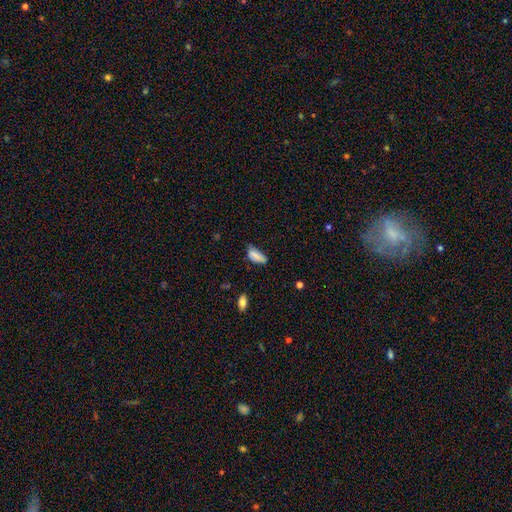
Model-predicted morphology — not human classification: A smooth galaxy with no disk features (81%) that is in between round and cigar-shaped (83%). Merging: none (44%).